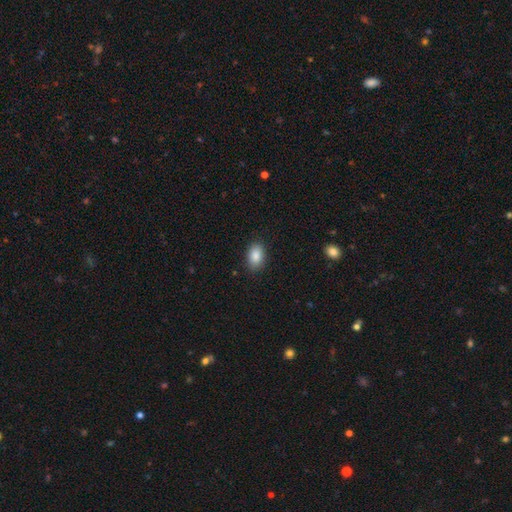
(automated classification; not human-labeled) Smooth or featured? Predicted: smooth (p=0.88). How rounded? Predicted: in between (p=0.89). Merging? Predicted: none (p=0.87).